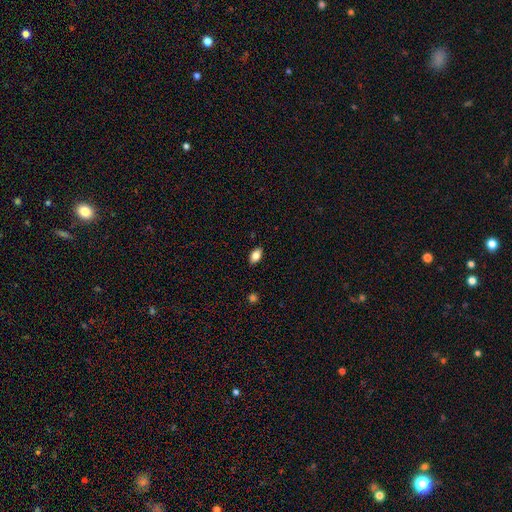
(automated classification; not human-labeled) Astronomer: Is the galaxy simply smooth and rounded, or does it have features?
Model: smooth — 82%.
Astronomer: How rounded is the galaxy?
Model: in between — 90%.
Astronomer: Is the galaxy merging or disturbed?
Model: none — 88%.